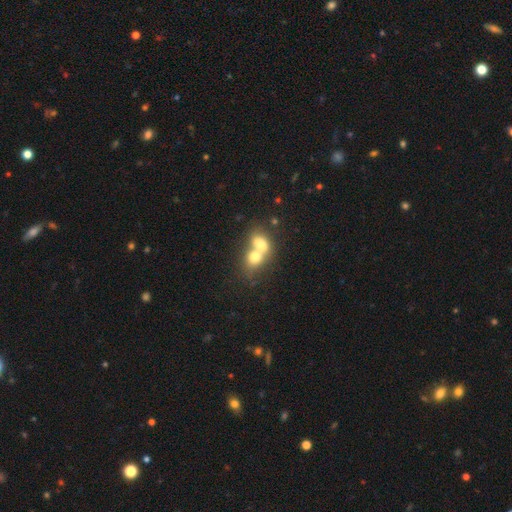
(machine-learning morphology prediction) This is likely a smooth galaxy (70%). How rounded: possibly in between (58%). Merging: likely merger (76%).